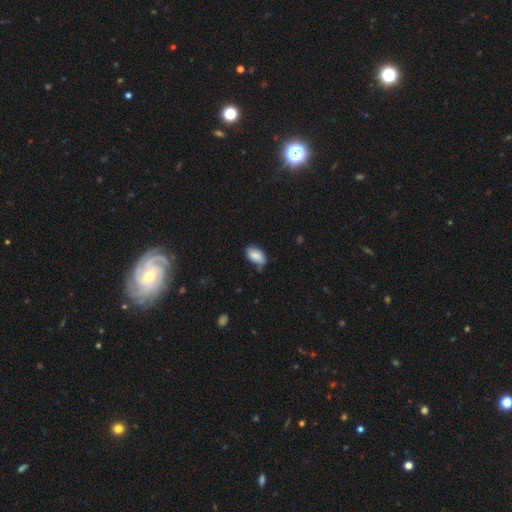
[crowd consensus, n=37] Overall: smooth (89%). How rounded: in between (100%). Merging: none (69%).